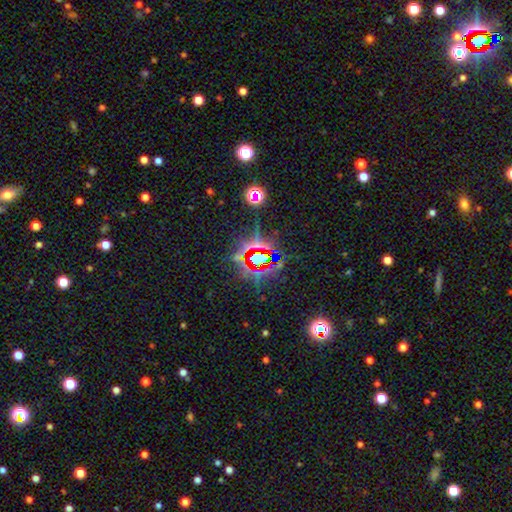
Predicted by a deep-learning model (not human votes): Smooth or featured? Predicted: star or artifact (p=0.78).